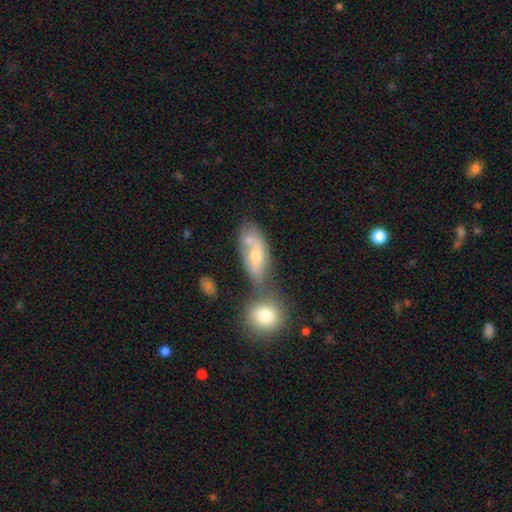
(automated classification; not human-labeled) Smooth or featured: smooth — 48% (featured or disk — 42%)
Merging: merger — 39% (none — 37%)